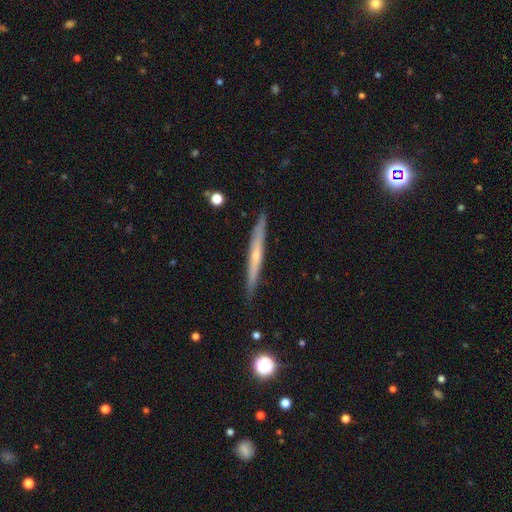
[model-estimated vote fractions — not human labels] smooth-or-featured: featured or disk: 58% | smooth: 36% | star or artifact: 7%
  disk-edge-on: yes: 96% | no: 4%
    edge-on-bulge: none: 54% | rounded: 42% | boxy: 4%
  merging: none: 88% | minor disturbance: 9% | major disturbance: 1% | merger: 1%